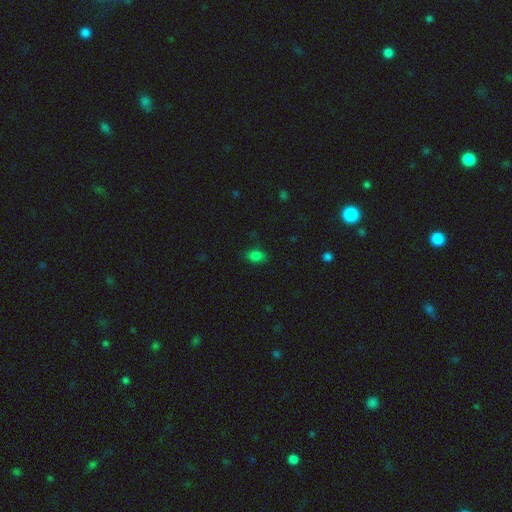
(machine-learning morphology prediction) smooth 81%, star or artifact 14%, featured or disk 4%. Down the decision tree: how rounded — in between (83%); merging — none (83%).